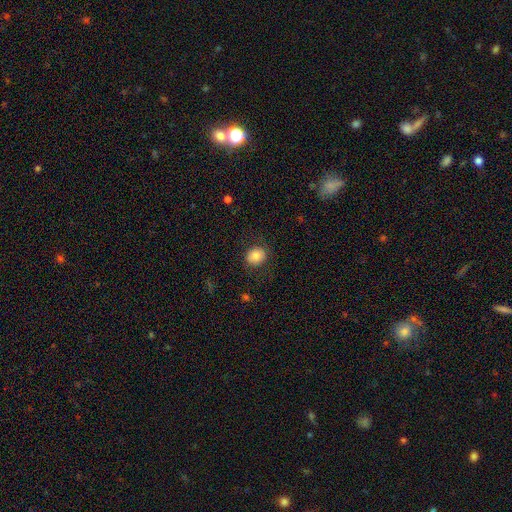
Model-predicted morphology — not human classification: type=smooth (81%); roundness=round (70%); merging=none (82%).